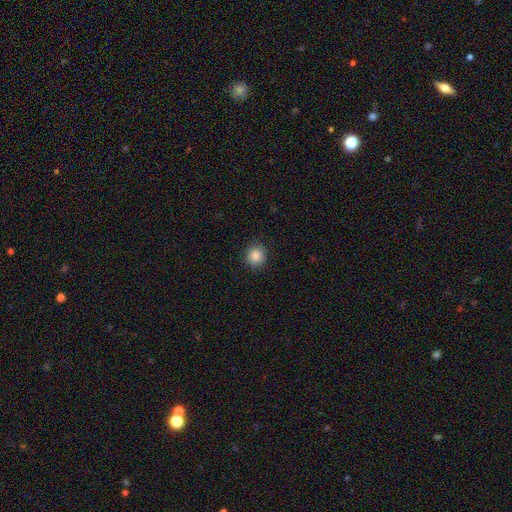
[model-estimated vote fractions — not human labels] Smooth or featured? Predicted: smooth (p=0.87). How rounded? Predicted: round (p=0.84). Merging? Predicted: none (p=0.89).